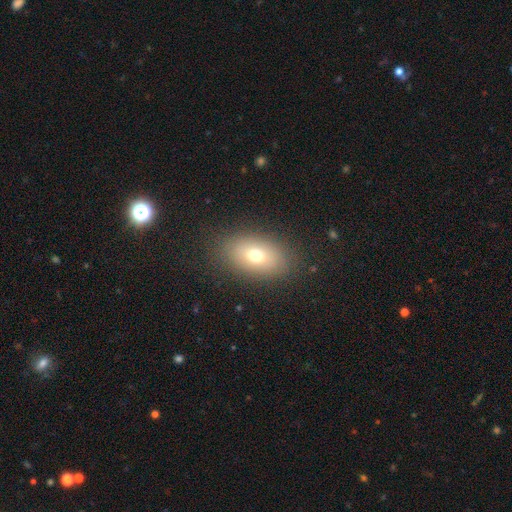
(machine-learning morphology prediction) smooth_or_featured: smooth (p=0.71) [alt: featured or disk p=0.18]
how_rounded: in between (p=0.85) [alt: round p=0.12]
merging: none (p=0.85) [alt: minor disturbance p=0.10]